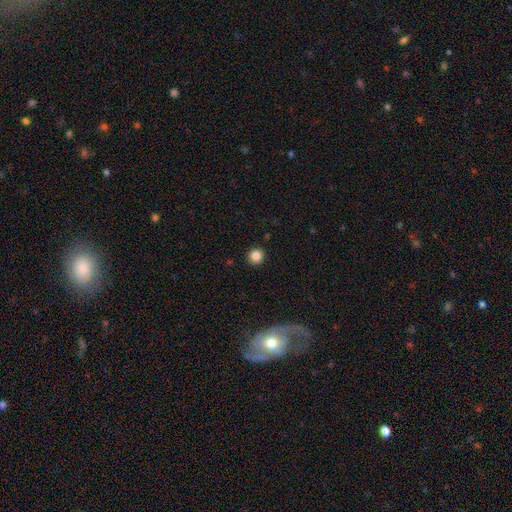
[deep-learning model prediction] Morphology: type=smooth (84%); roundness=round (93%); merging=none (92%).